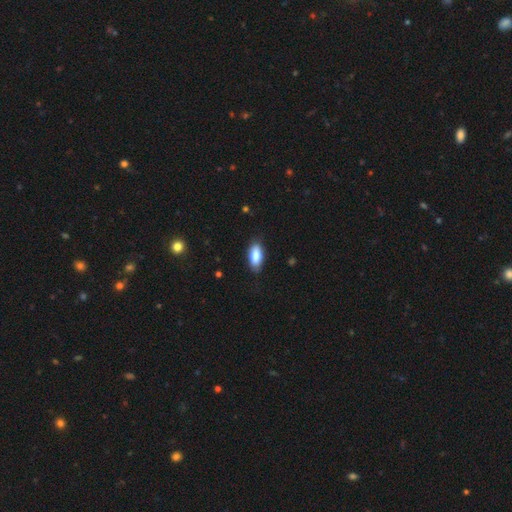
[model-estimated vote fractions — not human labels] Smooth or featured?
  - smooth: 86% *
  - featured or disk: 8%
  - star or artifact: 6%
How rounded?
  - in between: 87% *
  - cigar-shaped: 11%
  - round: 2%
Merging?
  - none: 82% *
  - minor disturbance: 14%
  - major disturbance: 3%
  - merger: 1%